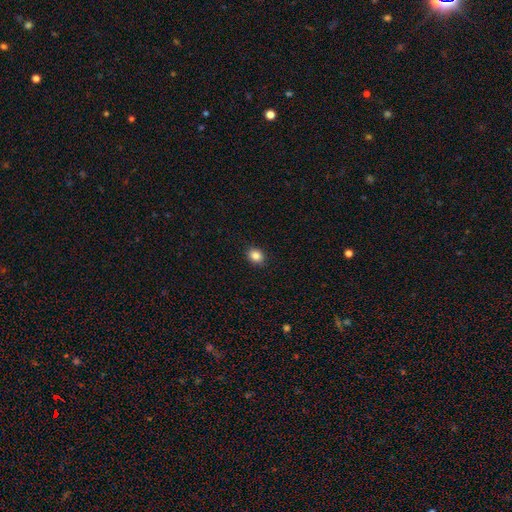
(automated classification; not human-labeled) Overall: smooth (85%). How rounded: round (61%; in between 38%). Merging: none (91%).